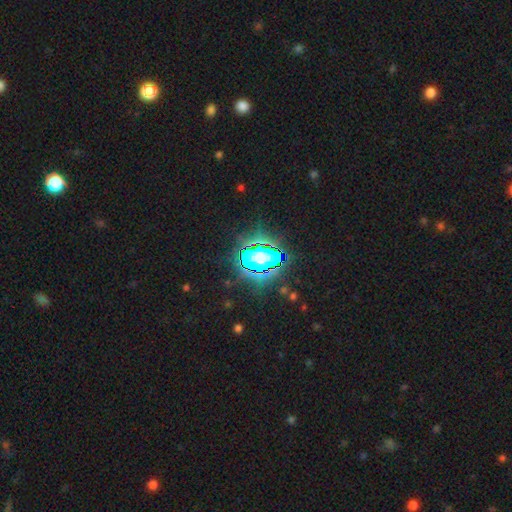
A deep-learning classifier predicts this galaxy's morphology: Smooth or featured?
  - star or artifact: 64% *
  - smooth: 23%
  - featured or disk: 13%